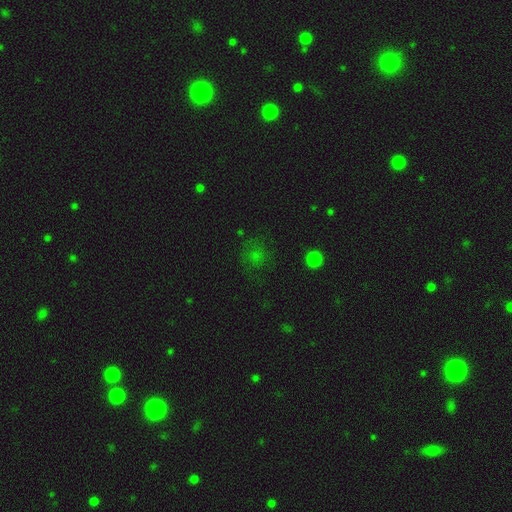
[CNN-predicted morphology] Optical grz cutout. It shows a smooth galaxy with no disk features (50%). Merging: none (79%).